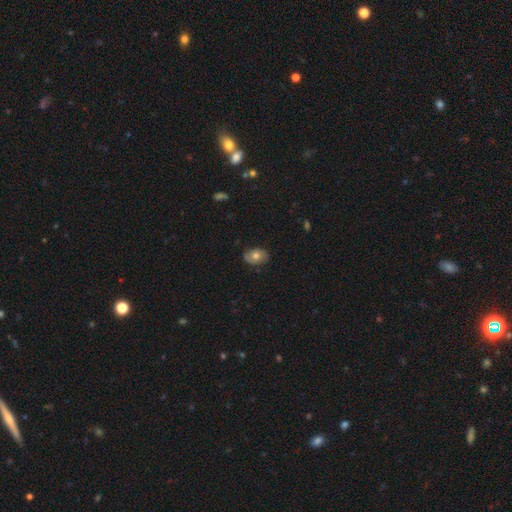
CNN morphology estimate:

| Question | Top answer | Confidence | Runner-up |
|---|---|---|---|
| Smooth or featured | smooth | 62% | featured or disk (29%) |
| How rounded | in between | 76% | round (22%) |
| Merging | none | 80% | minor disturbance (16%) |